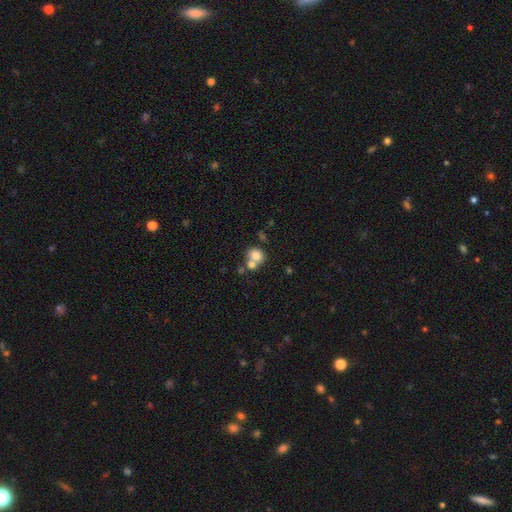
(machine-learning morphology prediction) This appears to be a smooth galaxy with no disk features (77%) that is round (64%). Merging: merger (49%).